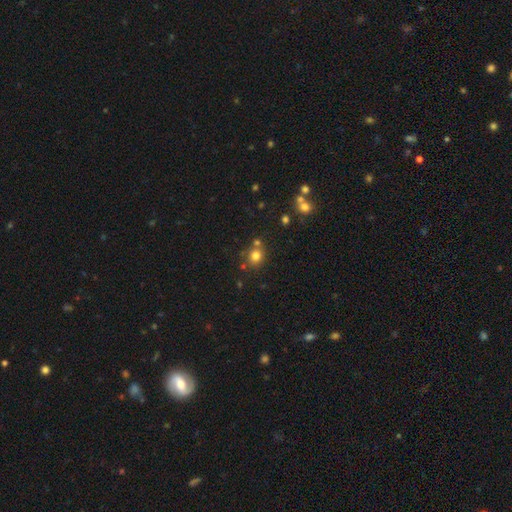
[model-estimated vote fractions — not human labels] Smooth or featured: smooth — 78% (star or artifact — 14%)
How rounded: round — 80% (in between — 19%)
Merging: none — 69% (merger — 17%)